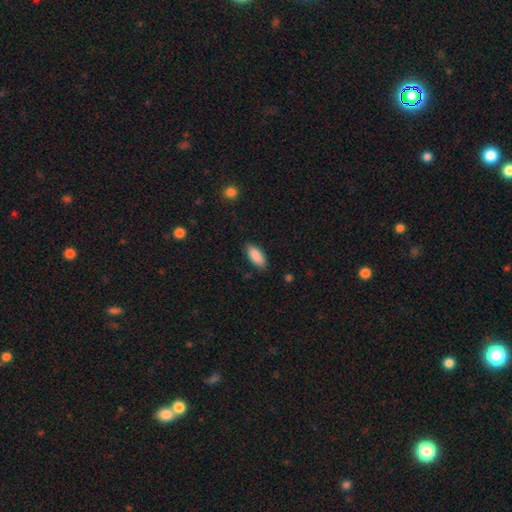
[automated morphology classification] Smooth or featured? smooth (90%)
How rounded? in between (86%)
Merging? none (85%)